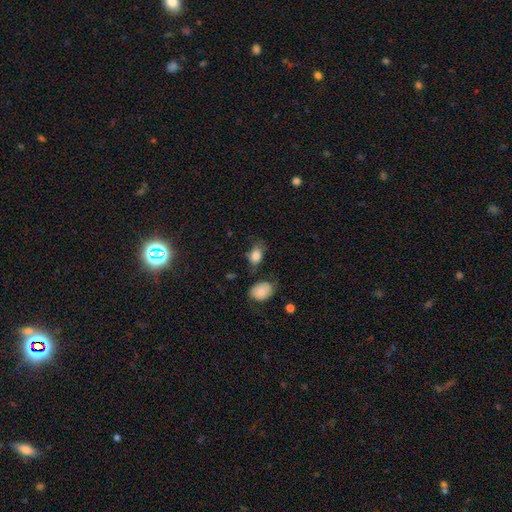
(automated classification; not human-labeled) The model was most divided on "merging": none: 57%, minor disturbance: 28%, major disturbance: 10%, merger: 5%. More confident: smooth or featured — smooth (83%); how rounded — in between (81%).